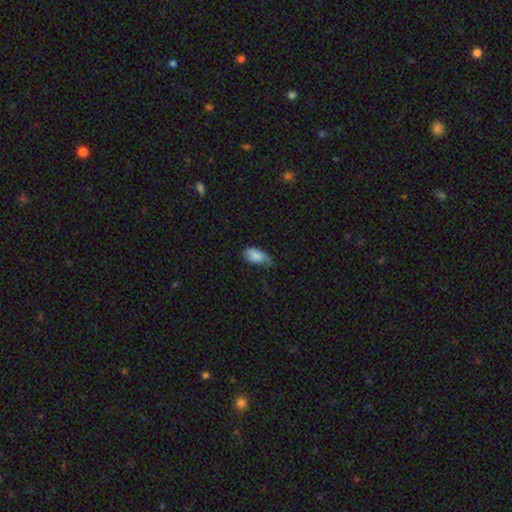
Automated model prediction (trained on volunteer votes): smooth 82%, featured or disk 11%, star or artifact 7%. Down the decision tree: how rounded — in between (91%); merging — minor disturbance (46%).